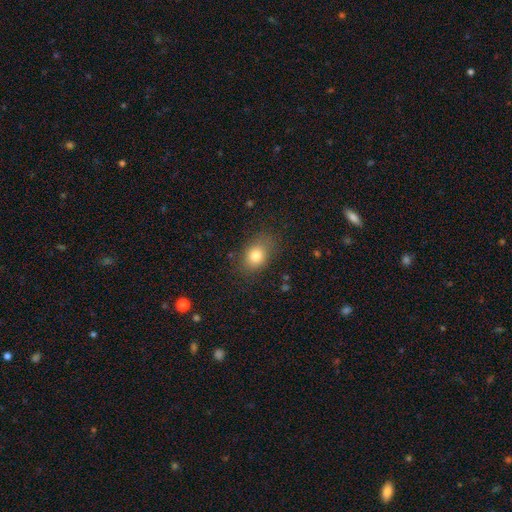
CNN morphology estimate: type=smooth (82%); roundness=in between (69%); merging=none (76%).